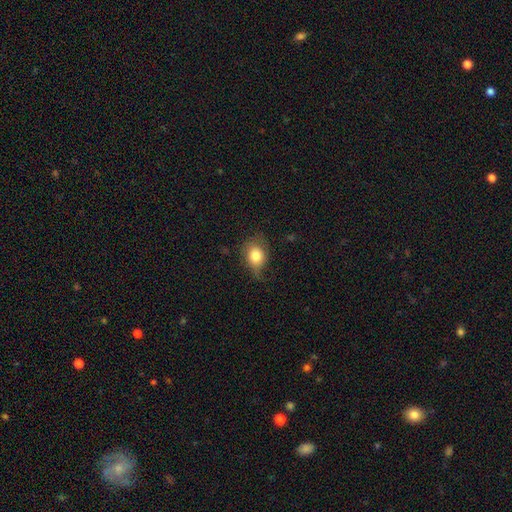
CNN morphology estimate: This is likely a smooth galaxy (78%). How rounded: possibly in between (53%). Merging: possibly none (50%).